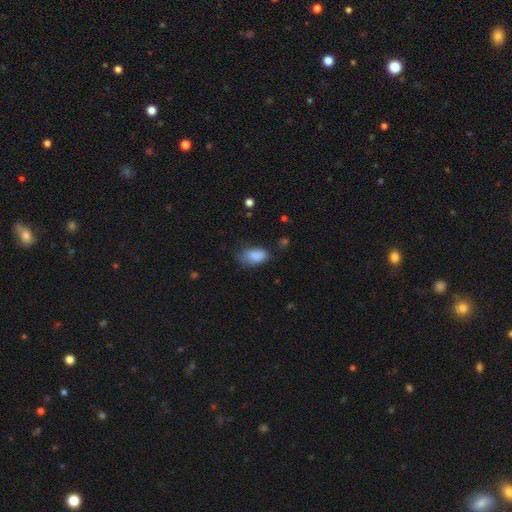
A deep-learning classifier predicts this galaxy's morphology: The model was most divided on "merging": none: 57%, minor disturbance: 32%, major disturbance: 10%, merger: 2%. More confident: how rounded — in between (91%); smooth or featured — smooth (86%).